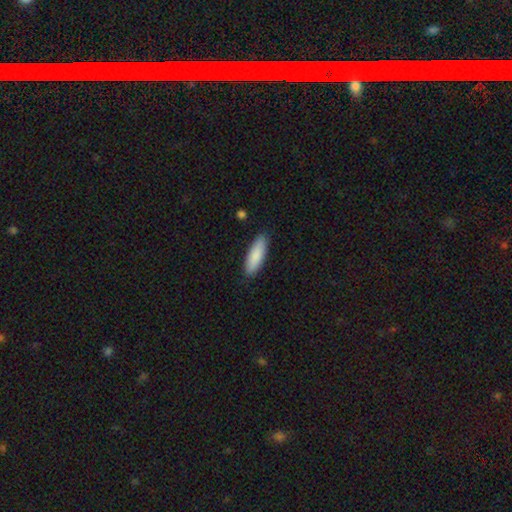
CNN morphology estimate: Q: Smooth or featured?
A: smooth (87%); runner-up: featured or disk (8%)
Q: How rounded?
A: cigar-shaped (50%); runner-up: in between (48%)
Q: Merging?
A: none (88%); runner-up: minor disturbance (9%)